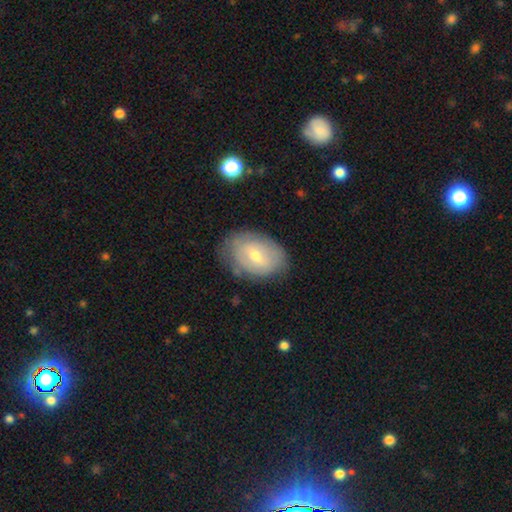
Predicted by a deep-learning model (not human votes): This is possibly a smooth galaxy (47%). Merging: likely none (73%).